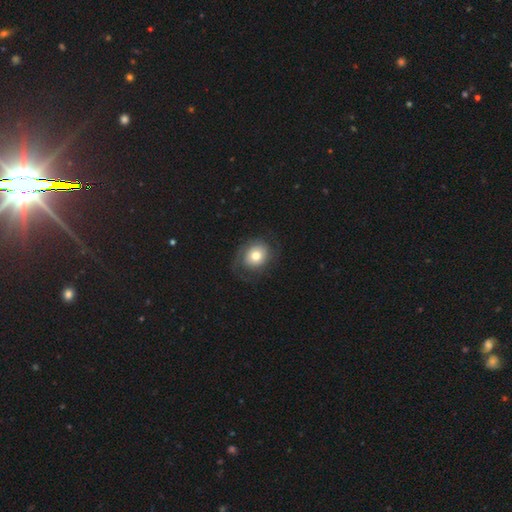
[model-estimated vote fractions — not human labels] Smooth or featured? Predicted: smooth (p=0.52). How rounded? Predicted: round (p=0.60). Merging? Predicted: none (p=0.67).